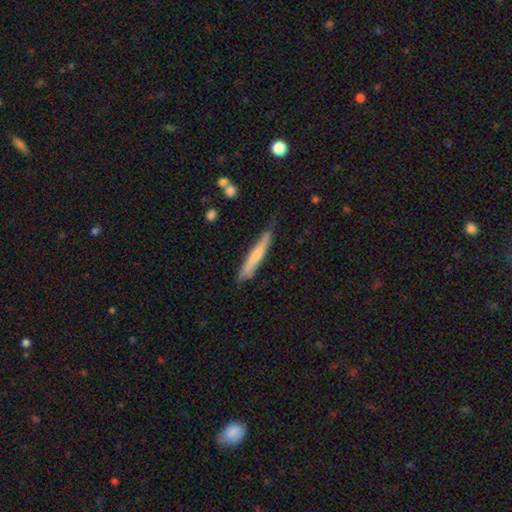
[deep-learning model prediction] This is likely a smooth galaxy (63%). How rounded: clearly cigar-shaped (93%). Merging: likely none (70%).